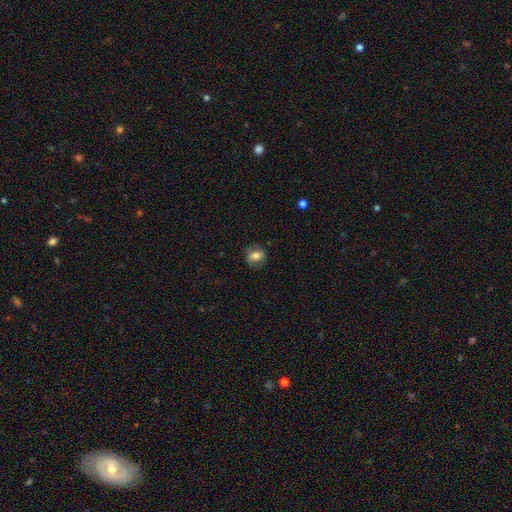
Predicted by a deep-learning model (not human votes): This is likely a smooth galaxy (71%). How rounded: possibly round (57%). Merging: likely none (79%).